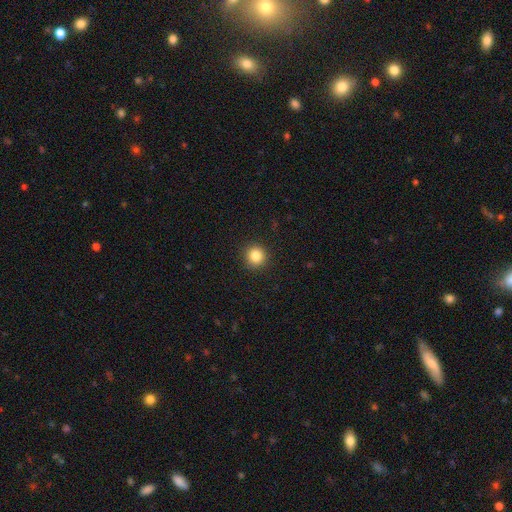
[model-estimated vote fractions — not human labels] Q: Smooth or featured?
A: smooth (84%); runner-up: star or artifact (11%)
Q: How rounded?
A: round (93%); runner-up: in between (6%)
Q: Merging?
A: none (92%); runner-up: minor disturbance (5%)